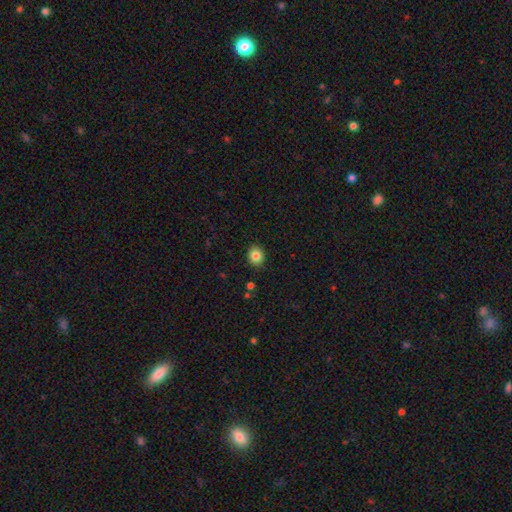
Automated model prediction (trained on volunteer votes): The model was most divided on "how rounded": round: 66%, in between: 33%, cigar-shaped: 1%. More confident: merging — none (90%); smooth or featured — smooth (84%).